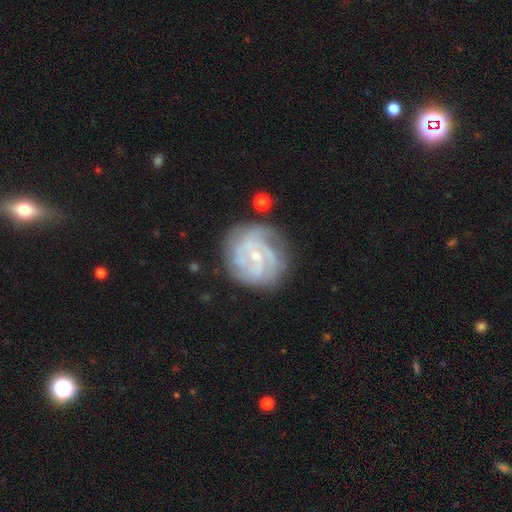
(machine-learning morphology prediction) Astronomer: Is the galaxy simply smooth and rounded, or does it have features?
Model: featured or disk — 83%.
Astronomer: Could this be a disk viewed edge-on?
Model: no — 98%.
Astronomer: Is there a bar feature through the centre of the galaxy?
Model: no — 64%.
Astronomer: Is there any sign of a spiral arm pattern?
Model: yes — 94%.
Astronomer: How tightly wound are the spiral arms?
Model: tight — 60%.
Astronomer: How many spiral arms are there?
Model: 3 — 32% (runner-up: can't tell, 27%).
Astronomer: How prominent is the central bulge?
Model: small — 69%.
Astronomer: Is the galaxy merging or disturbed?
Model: none — 71%.